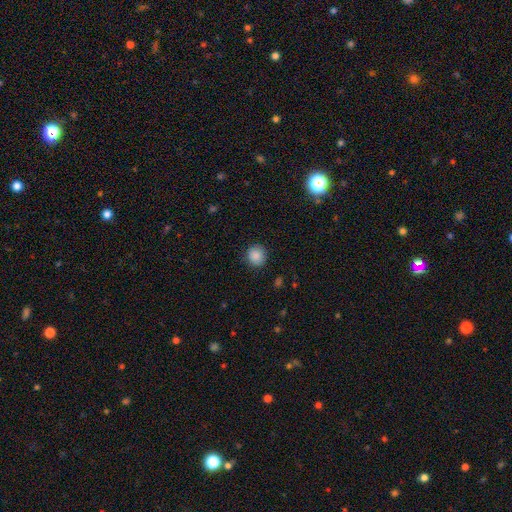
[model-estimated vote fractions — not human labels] The model was most divided on "smooth or featured": smooth: 88%, star or artifact: 9%, featured or disk: 3%. More confident: how rounded — round (90%); merging — none (89%).